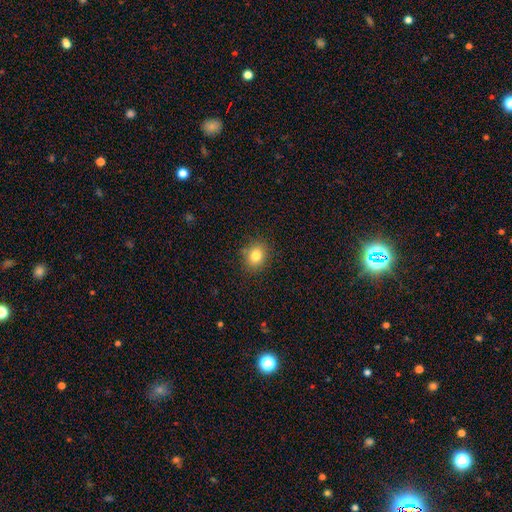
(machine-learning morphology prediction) Smooth or featured?
  - smooth: 81% *
  - star or artifact: 11%
  - featured or disk: 8%
How rounded?
  - round: 60% *
  - in between: 39%
  - cigar-shaped: 1%
Merging?
  - none: 85% *
  - minor disturbance: 10%
  - major disturbance: 3%
  - merger: 2%